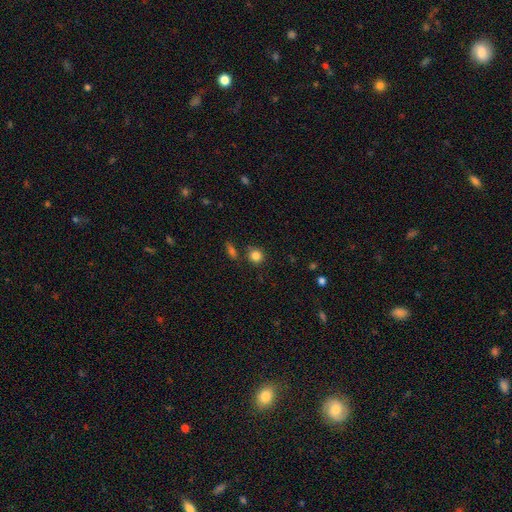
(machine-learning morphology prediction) This is clearly a smooth galaxy (84%). How rounded: clearly round (89%). Merging: likely none (79%).